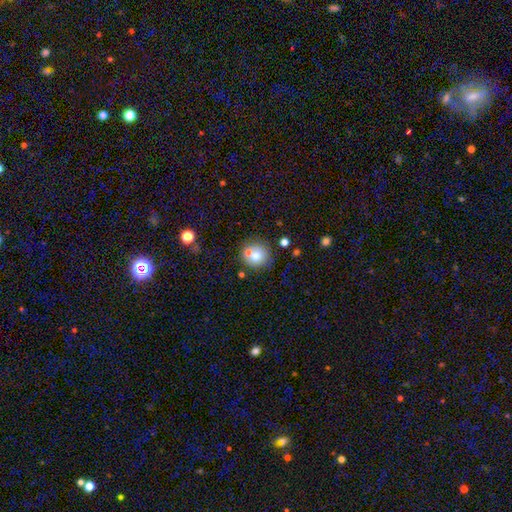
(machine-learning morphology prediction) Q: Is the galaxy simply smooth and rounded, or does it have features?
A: smooth — 71%.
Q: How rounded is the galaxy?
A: round — 91%.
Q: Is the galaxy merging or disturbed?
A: none — 62%.